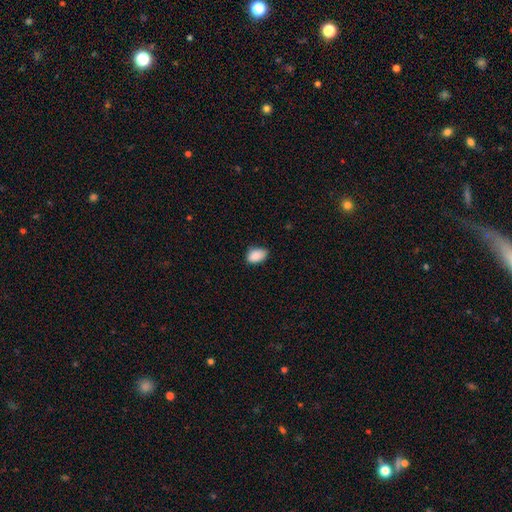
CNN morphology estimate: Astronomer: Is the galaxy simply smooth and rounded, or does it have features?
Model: smooth — 88%.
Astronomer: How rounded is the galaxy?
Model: in between — 89%.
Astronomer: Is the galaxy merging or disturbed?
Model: none — 70%.